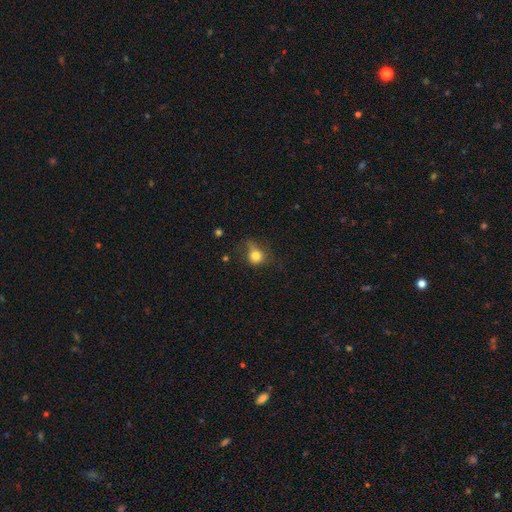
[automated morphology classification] smooth-or-featured: smooth: 77% | star or artifact: 12% | featured or disk: 11%
  how-rounded: round: 72% | in between: 27% | cigar-shaped: 1%
  merging: none: 46% | minor disturbance: 31% | major disturbance: 20% | merger: 3%